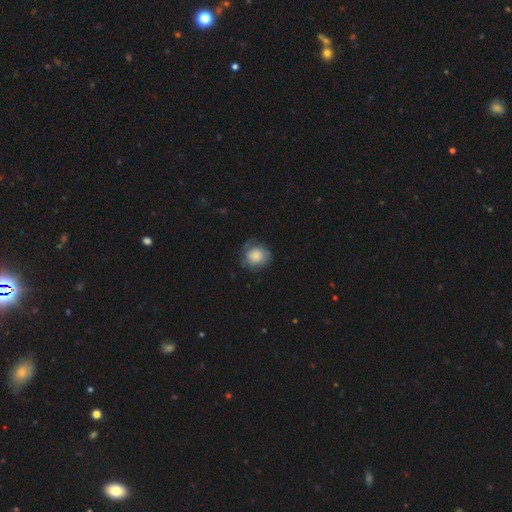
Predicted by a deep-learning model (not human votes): Smooth or featured? smooth (77%)
How rounded? round (79%)
Merging? none (62%)